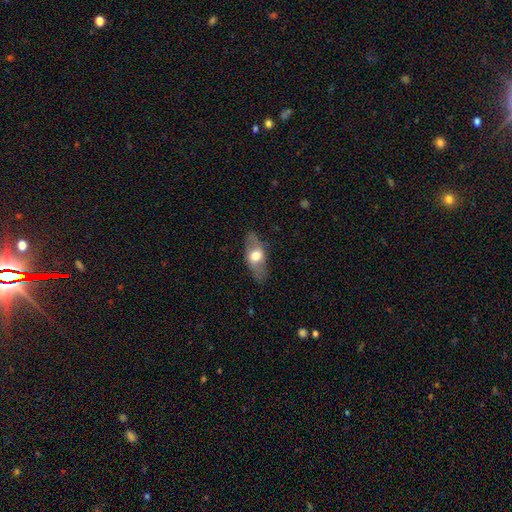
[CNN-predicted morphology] type=smooth (53%); roundness=in between (76%); merging=none (78%).